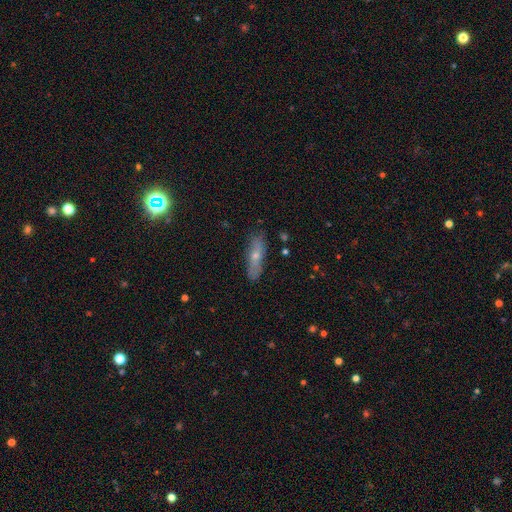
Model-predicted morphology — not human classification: A smooth galaxy with no disk features (53%) that is cigar-shaped (63%).

Vote fractions:
- Smooth or featured? smooth: 53% / featured or disk: 39% / star or artifact: 8%
- How rounded? cigar-shaped: 63% / in between: 34% / round: 3%
- Merging? none: 80% / minor disturbance: 15% / major disturbance: 3% / merger: 2%